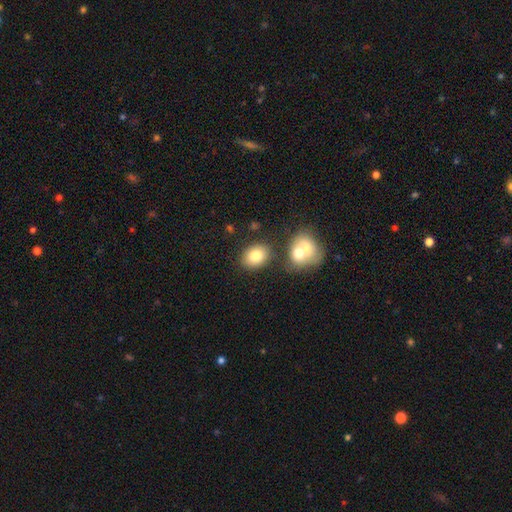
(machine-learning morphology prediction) This is clearly a smooth galaxy (82%). How rounded: likely in between (66%). Merging: likely none (71%).